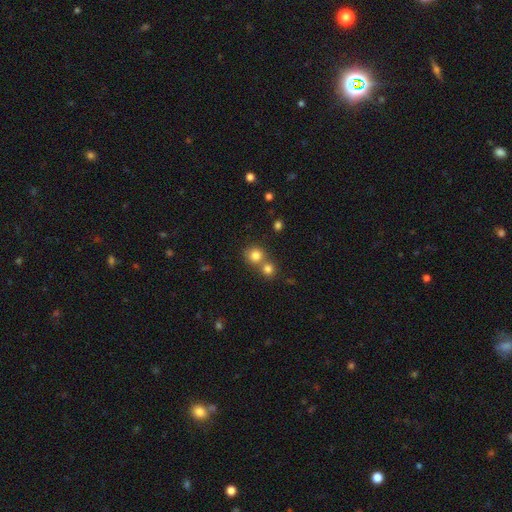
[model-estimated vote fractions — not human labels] A smooth galaxy with no disk features (80%) that is round (87%).

Vote fractions:
- Smooth or featured? smooth: 80% / star or artifact: 12% / featured or disk: 8%
- How rounded? round: 87% / in between: 12% / cigar-shaped: 1%
- Merging? none: 50% / merger: 41% / minor disturbance: 7% / major disturbance: 3%